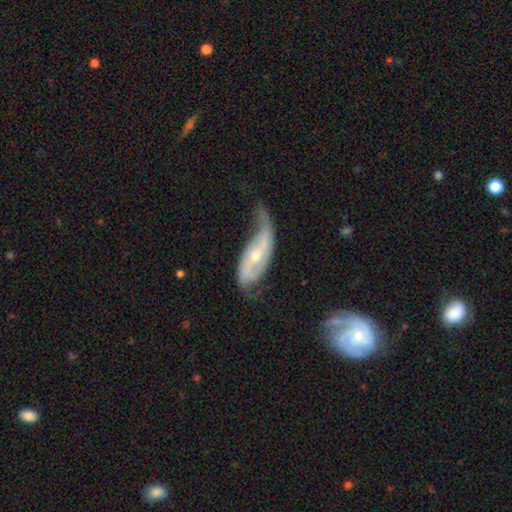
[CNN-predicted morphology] smooth_or_featured: featured or disk (p=0.79) [alt: smooth p=0.15]
disk_edge_on: no (p=0.90) [alt: yes p=0.10]
bar: no (p=0.50) [alt: weak p=0.31]
has_spiral_arms: yes (p=0.90) [alt: no p=0.10]
spiral_winding: loose (p=0.54) [alt: medium p=0.31]
spiral_arm_count: 2 (p=0.77) [alt: can't tell p=0.09]
bulge_size: small (p=0.53) [alt: moderate p=0.44]
merging: none (p=0.38) [alt: minor disturbance p=0.30]